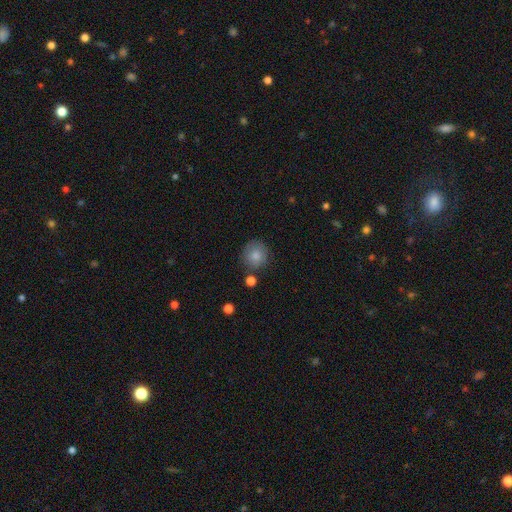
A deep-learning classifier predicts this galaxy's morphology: type=smooth (83%); roundness=round (91%); merging=none (79%).